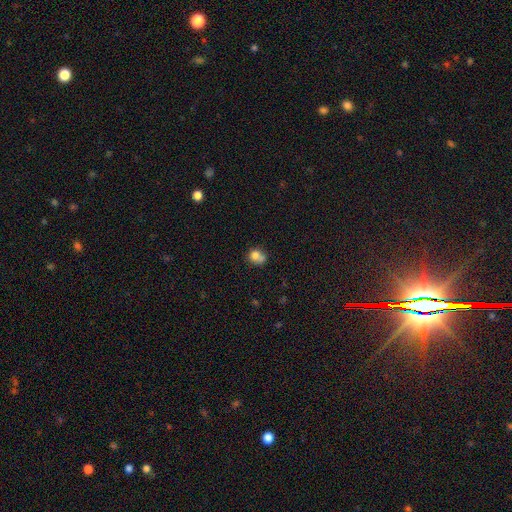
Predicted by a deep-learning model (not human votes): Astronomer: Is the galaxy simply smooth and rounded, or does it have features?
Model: smooth — 75%.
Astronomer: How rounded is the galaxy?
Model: round — 67%.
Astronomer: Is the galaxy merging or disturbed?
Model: none — 39% (runner-up: merger, 36%).